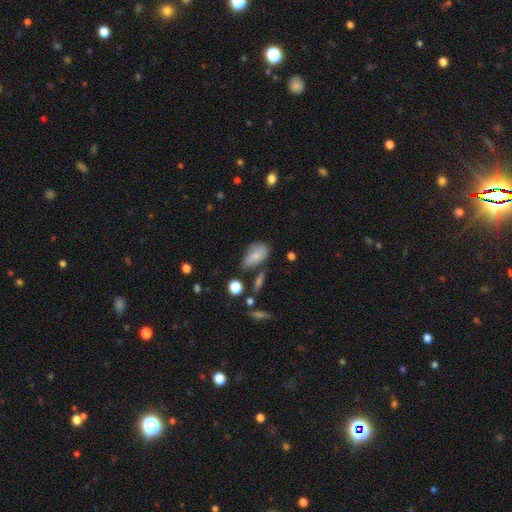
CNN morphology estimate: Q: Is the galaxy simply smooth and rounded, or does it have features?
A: smooth — 74%.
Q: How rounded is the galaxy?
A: in between — 89%.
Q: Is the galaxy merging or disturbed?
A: none — 47%.